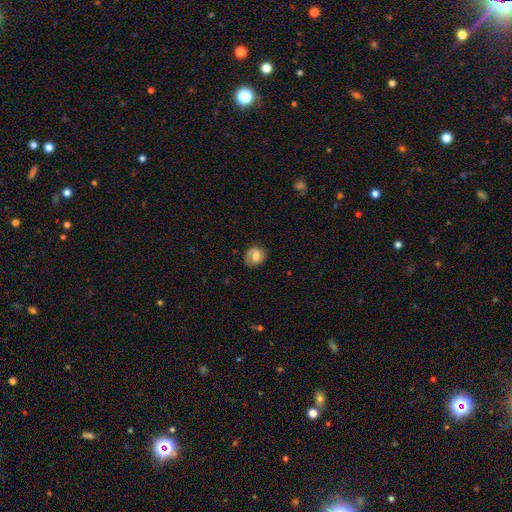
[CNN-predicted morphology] Smooth or featured? featured or disk (54%)
Edge-on disk? no (97%)
Bar? weak (48%)
Spiral arms? yes (88%)
Bulge size? moderate (44%)
Merging? none (73%)